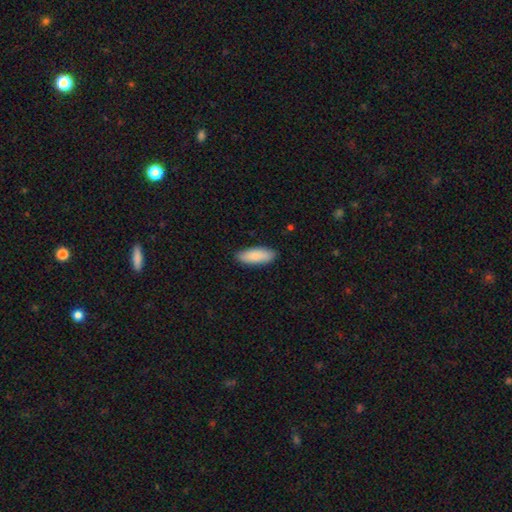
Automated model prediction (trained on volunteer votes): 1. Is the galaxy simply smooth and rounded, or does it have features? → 88% smooth, 6% featured or disk, 5% star or artifact.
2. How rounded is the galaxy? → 73% in between, 25% cigar-shaped, 2% round.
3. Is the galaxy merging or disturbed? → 88% none, 9% minor disturbance, 2% major disturbance, 1% merger.